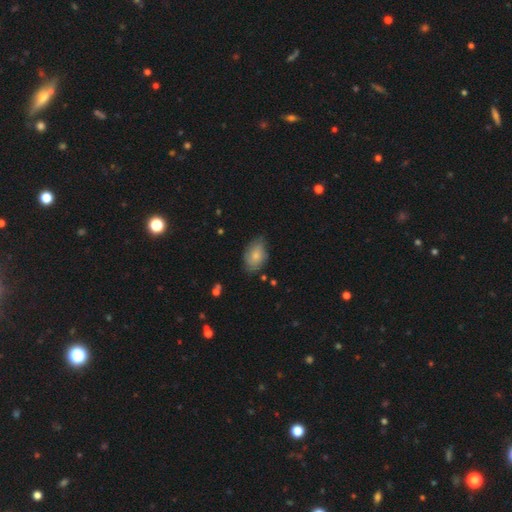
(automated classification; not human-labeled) smooth 73%, featured or disk 20%, star or artifact 7%. Down the decision tree: how rounded — in between (88%); merging — none (68%).